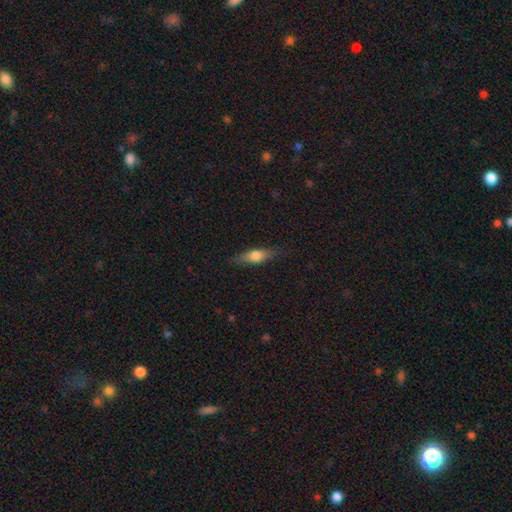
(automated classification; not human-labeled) Q: Smooth or featured?
A: smooth (57%); runner-up: featured or disk (36%)
Q: How rounded?
A: cigar-shaped (48%); runner-up: in between (47%)
Q: Merging?
A: none (83%); runner-up: minor disturbance (13%)